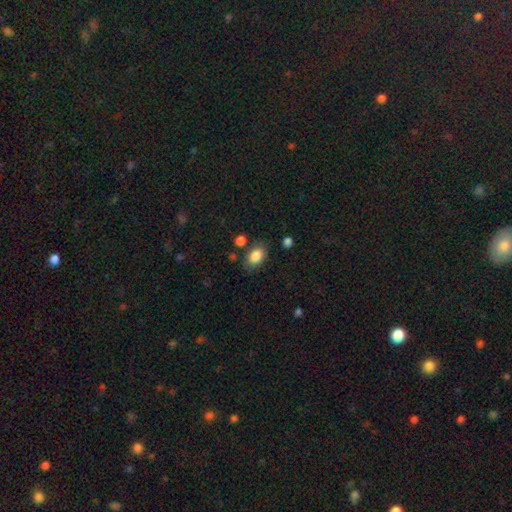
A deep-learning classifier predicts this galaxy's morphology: Smooth or featured: smooth — 85% (star or artifact — 8%)
How rounded: in between — 84% (round — 14%)
Merging: none — 74% (minor disturbance — 16%)